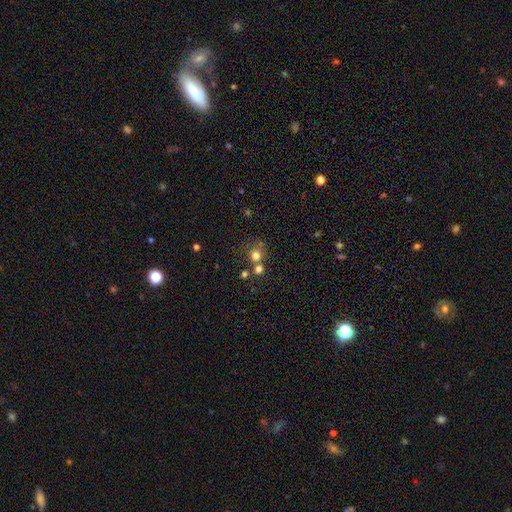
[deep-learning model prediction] Smooth or featured?
  - smooth: 72% *
  - star or artifact: 19%
  - featured or disk: 9%
How rounded?
  - round: 90% *
  - in between: 9%
  - cigar-shaped: 1%
Merging?
  - none: 61% *
  - merger: 28%
  - minor disturbance: 8%
  - major disturbance: 4%